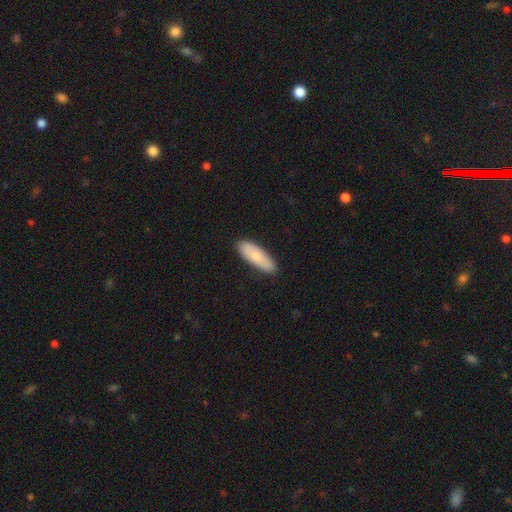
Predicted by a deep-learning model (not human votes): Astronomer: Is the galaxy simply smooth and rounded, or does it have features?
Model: smooth — 78%.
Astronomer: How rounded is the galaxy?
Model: in between — 52% (runner-up: cigar-shaped, 46%).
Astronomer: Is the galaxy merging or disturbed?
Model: none — 87%.